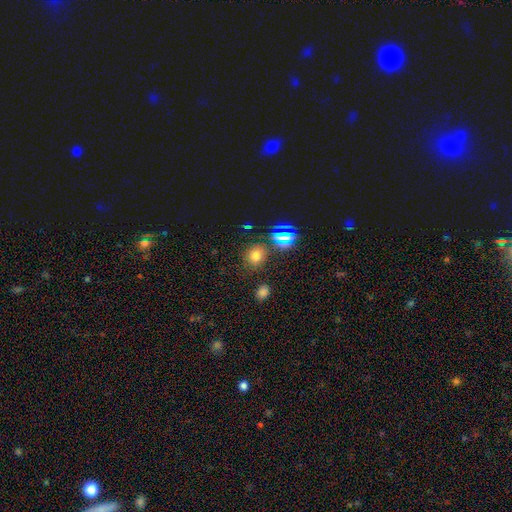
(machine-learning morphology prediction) smooth 61%, star or artifact 31%, featured or disk 8%. Down the decision tree: how rounded — round (69%); merging — none (80%).